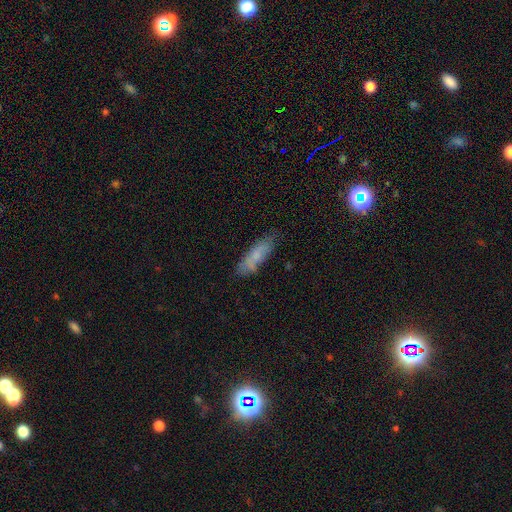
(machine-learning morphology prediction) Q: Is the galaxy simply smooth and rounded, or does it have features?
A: smooth — 67%.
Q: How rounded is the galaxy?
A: cigar-shaped — 53%.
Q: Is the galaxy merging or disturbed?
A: none — 70%.